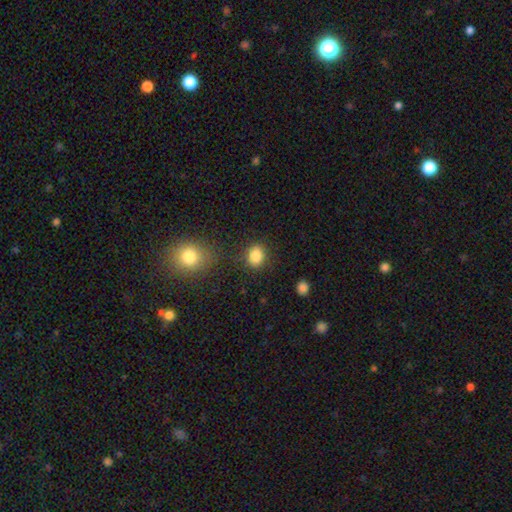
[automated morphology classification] smooth-or-featured: smooth: 85% | star or artifact: 10% | featured or disk: 5%
  how-rounded: in between: 54% | round: 45% | cigar-shaped: 1%
  merging: none: 82% | minor disturbance: 11% | merger: 3% | major disturbance: 3%